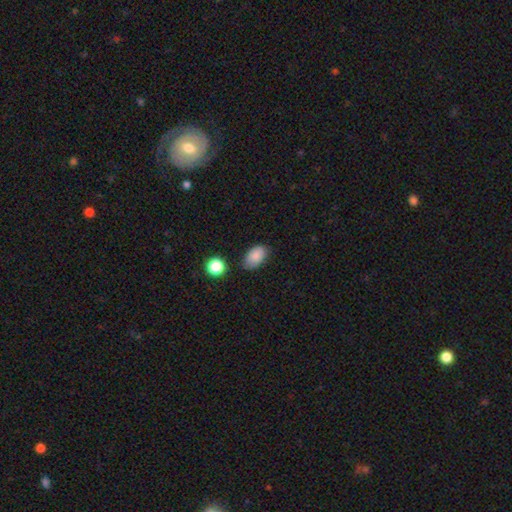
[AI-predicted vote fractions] Smooth or featured? smooth (86%)
How rounded? in between (91%)
Merging? none (75%)